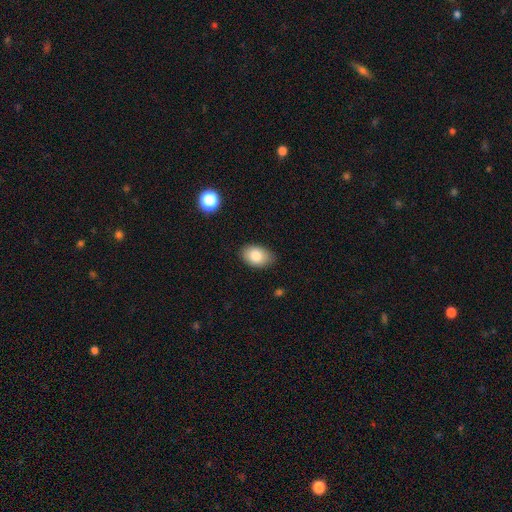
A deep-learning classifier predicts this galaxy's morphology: type=smooth (83%); roundness=in between (87%); merging=none (82%).